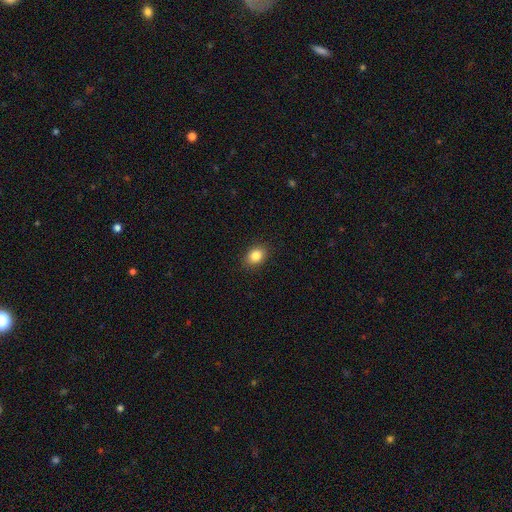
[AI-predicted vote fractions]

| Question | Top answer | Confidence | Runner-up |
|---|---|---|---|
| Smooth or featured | smooth | 85% | star or artifact (10%) |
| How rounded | in between | 64% | round (35%) |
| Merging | none | 88% | minor disturbance (9%) |